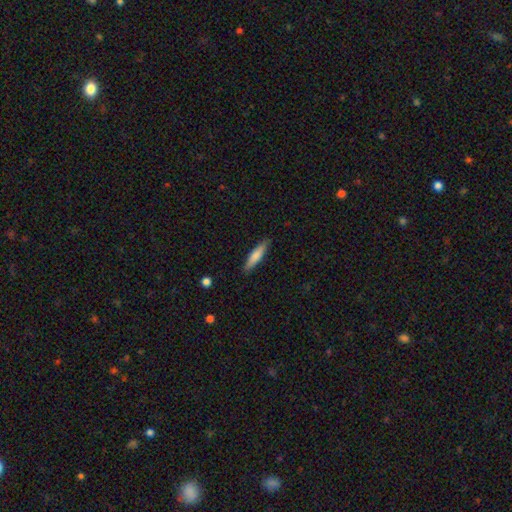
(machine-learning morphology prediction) This is likely a smooth galaxy (76%). How rounded: likely cigar-shaped (80%). Merging: clearly none (88%).